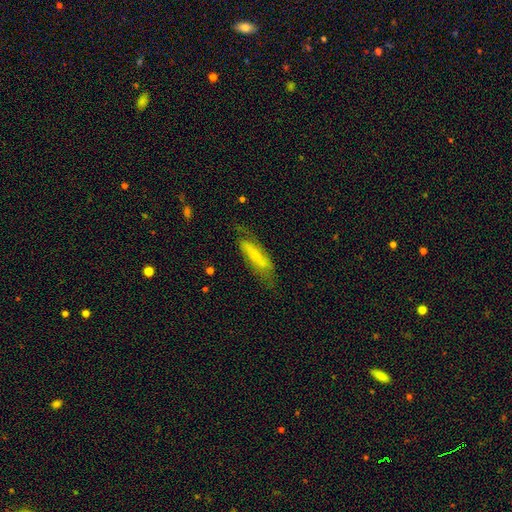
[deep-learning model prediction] A featured or disk galaxy (53%).

Vote fractions:
- Smooth or featured? featured or disk: 53% / smooth: 40% / star or artifact: 7%
- Edge-on disk? no: 71% / yes: 29%
- Merging? none: 60% / minor disturbance: 25% / major disturbance: 13% / merger: 2%